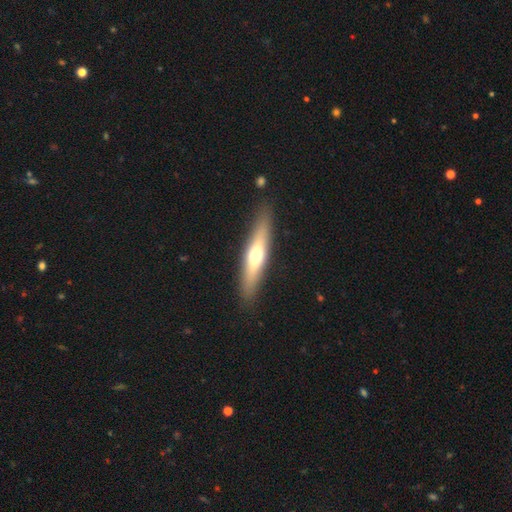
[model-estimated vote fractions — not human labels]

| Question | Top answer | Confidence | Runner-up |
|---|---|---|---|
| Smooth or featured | smooth | 48% | featured or disk (46%) |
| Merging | none | 88% | minor disturbance (8%) |